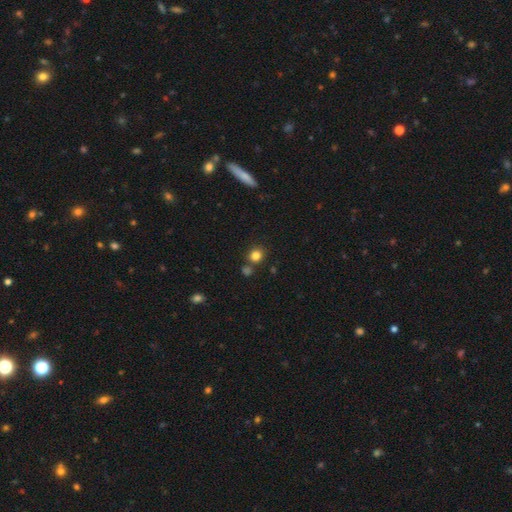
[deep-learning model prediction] Q: Smooth or featured?
A: smooth (82%); runner-up: star or artifact (13%)
Q: How rounded?
A: round (85%); runner-up: in between (14%)
Q: Merging?
A: none (76%); runner-up: merger (12%)